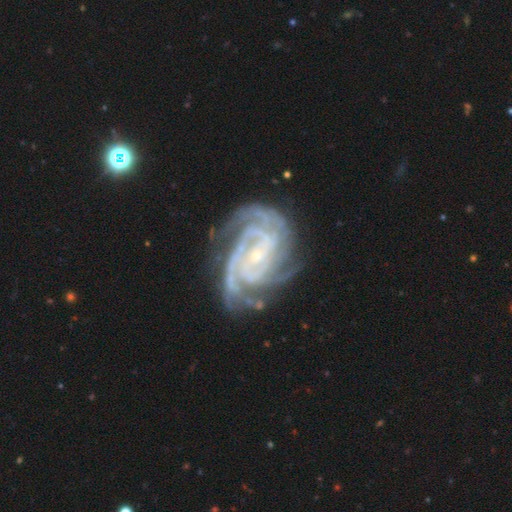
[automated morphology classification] This is clearly a featured or disk galaxy (92%). It is clearly not viewed edge-on (98%). Bar: possibly no (48%). Spiral arm pattern: clearly yes (99%). Spiral arm count: marginally 3 (30%). Spiral winding: likely tight (70%). Central bulge: clearly small (82%). Merging: likely none (70%).